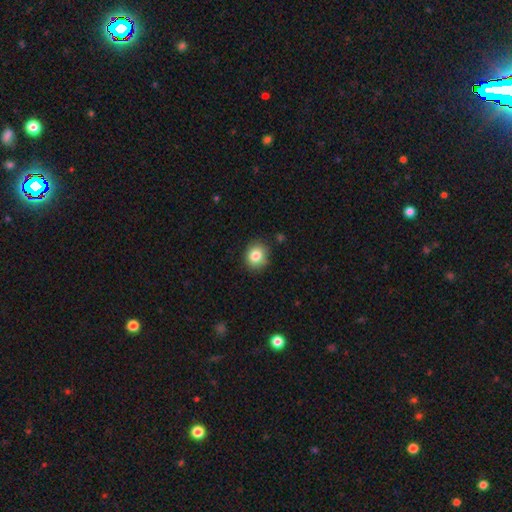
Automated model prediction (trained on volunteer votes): smooth_or_featured: smooth (p=0.83) [alt: star or artifact p=0.10]
how_rounded: round (p=0.74) [alt: in between p=0.25]
merging: none (p=0.85) [alt: minor disturbance p=0.11]